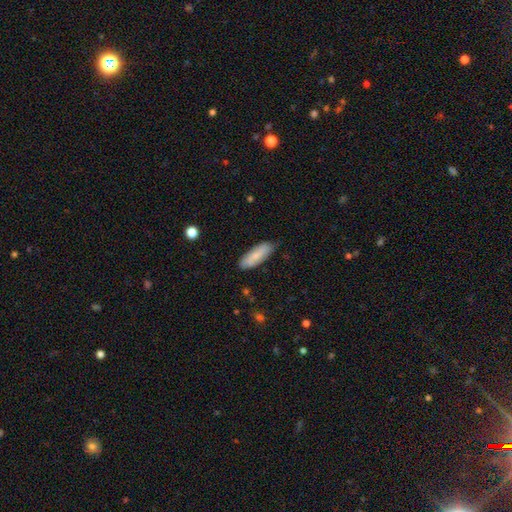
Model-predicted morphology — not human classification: Smooth or featured? Predicted: smooth (p=0.77). How rounded? Predicted: in between (p=0.60). Merging? Predicted: none (p=0.81).